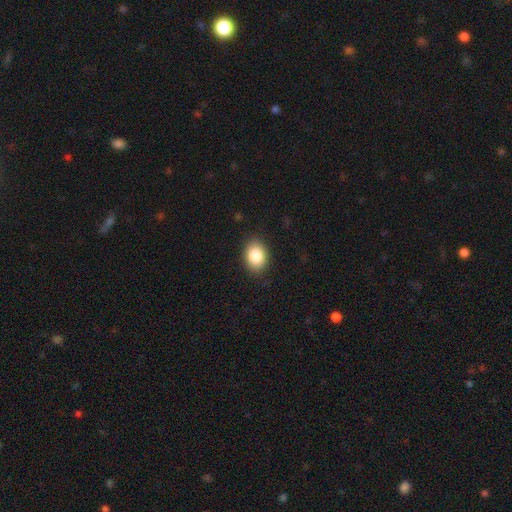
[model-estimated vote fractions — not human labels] Smooth or featured? Predicted: smooth (p=0.86). How rounded? Predicted: in between (p=0.72). Merging? Predicted: none (p=0.88).